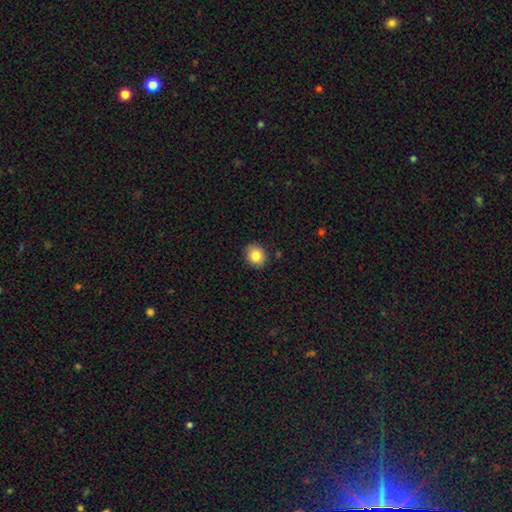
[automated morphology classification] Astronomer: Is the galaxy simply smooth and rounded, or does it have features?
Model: smooth — 85%.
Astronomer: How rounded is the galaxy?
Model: round — 64%.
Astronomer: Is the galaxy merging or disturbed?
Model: none — 87%.